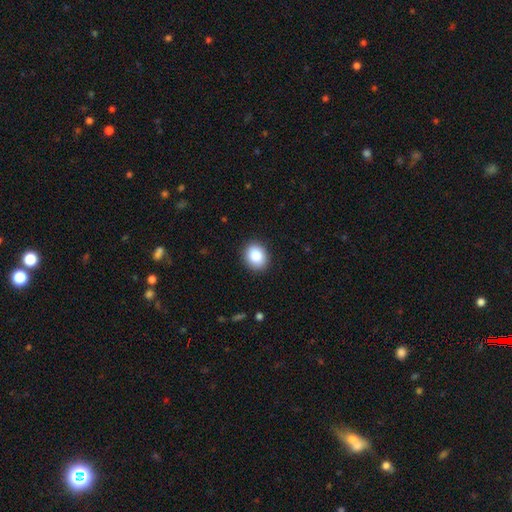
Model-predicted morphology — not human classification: Smooth or featured?
  - smooth: 86% *
  - star or artifact: 8%
  - featured or disk: 6%
How rounded?
  - round: 52% *
  - in between: 47%
  - cigar-shaped: 1%
Merging?
  - none: 90% *
  - minor disturbance: 7%
  - major disturbance: 2%
  - merger: 1%